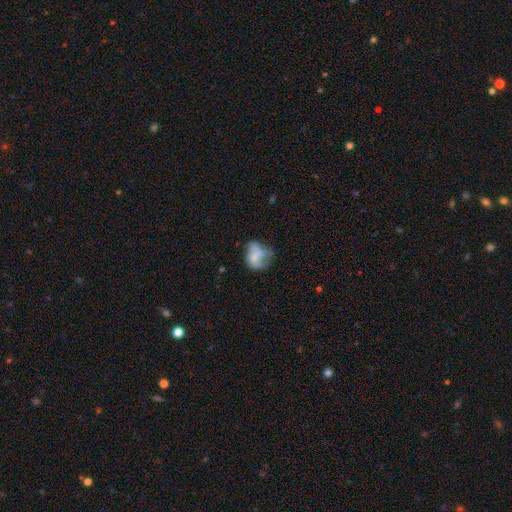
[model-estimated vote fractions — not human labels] Smooth or featured? Predicted: smooth (p=0.51). How rounded? Predicted: round (p=0.50). Merging? Predicted: none (p=0.38).